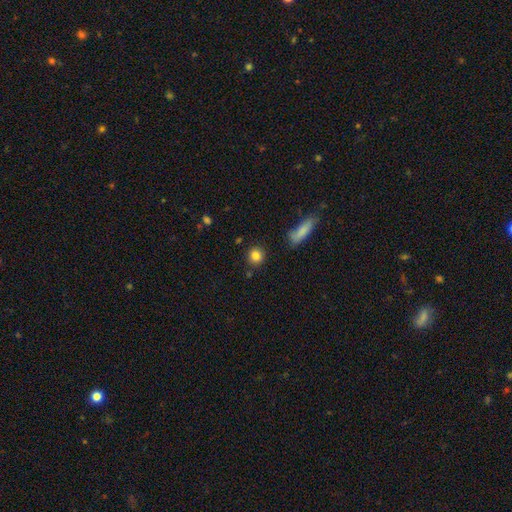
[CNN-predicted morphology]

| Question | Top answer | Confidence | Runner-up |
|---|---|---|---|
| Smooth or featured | smooth | 83% | star or artifact (10%) |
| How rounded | round | 90% | in between (9%) |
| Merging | none | 86% | minor disturbance (8%) |